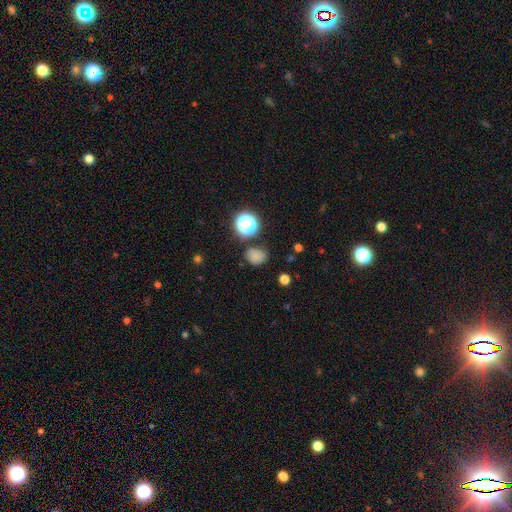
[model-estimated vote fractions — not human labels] smooth_or_featured: smooth (p=0.75) [alt: star or artifact p=0.19]
how_rounded: round (p=0.62) [alt: in between p=0.37]
merging: none (p=0.76) [alt: minor disturbance p=0.16]